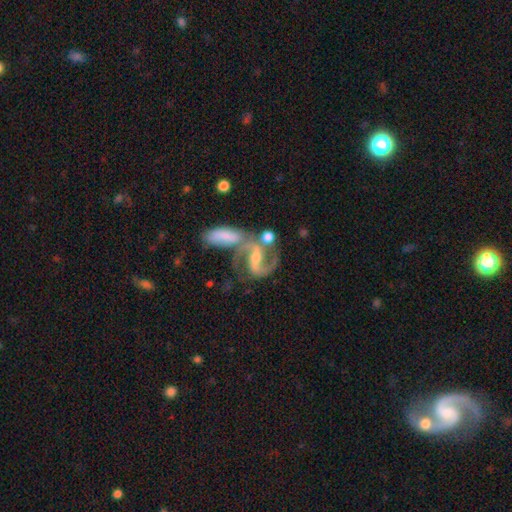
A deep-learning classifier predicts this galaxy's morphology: A featured or disk galaxy (87%) with a strong bar (40%), 2 (89%) medium (51%) spiral arms (96%) and a small central bulge (49%). Merging: merger (41%).